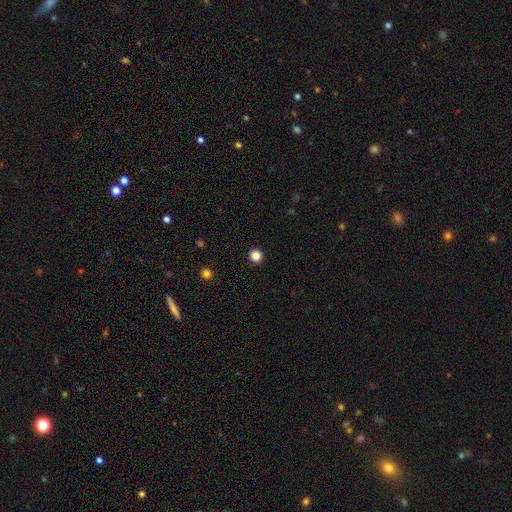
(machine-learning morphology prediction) The model was most divided on "smooth or featured": smooth: 84%, star or artifact: 13%, featured or disk: 3%. More confident: how rounded — round (94%); merging — none (93%).